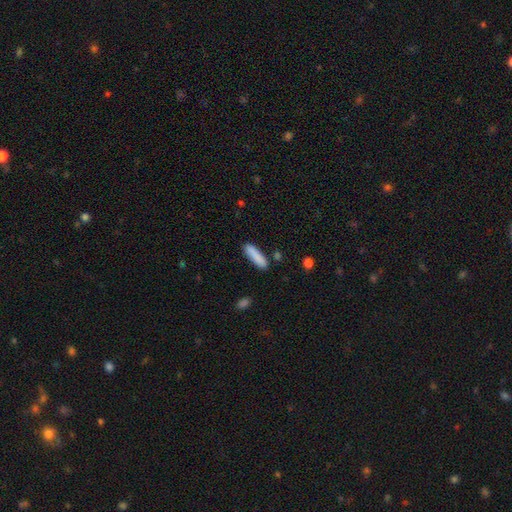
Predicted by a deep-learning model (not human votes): This appears to be a smooth galaxy with no disk features (88%) that is cigar-shaped (73%). Merging: none (85%).